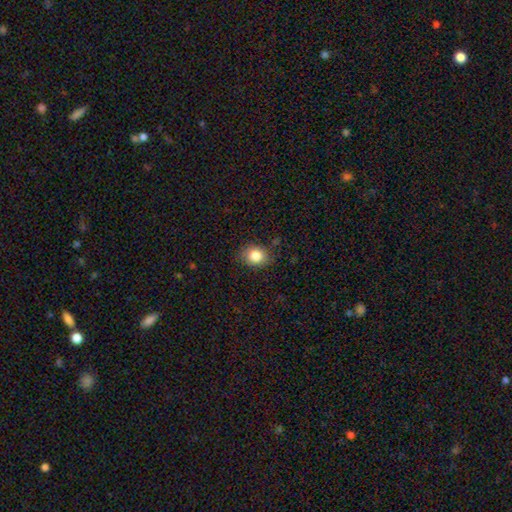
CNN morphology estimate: A smooth galaxy with no disk features (84%) that is round (57%).

Vote fractions:
- Smooth or featured? smooth: 84% / star or artifact: 10% / featured or disk: 6%
- How rounded? round: 57% / in between: 42% / cigar-shaped: 1%
- Merging? none: 81% / minor disturbance: 14% / major disturbance: 3% / merger: 1%